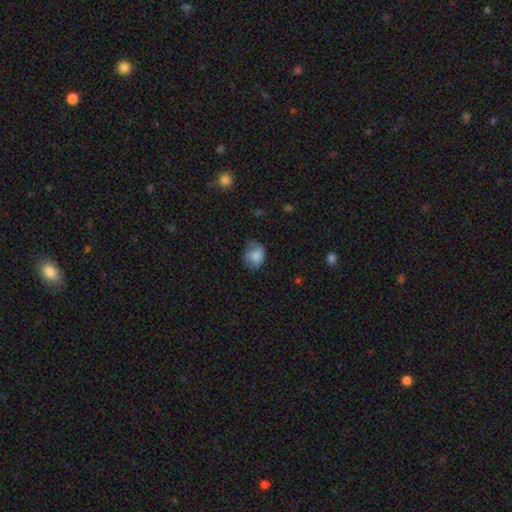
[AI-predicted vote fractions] This is likely a smooth galaxy (77%). How rounded: possibly in between (50%). Merging: possibly none (49%).